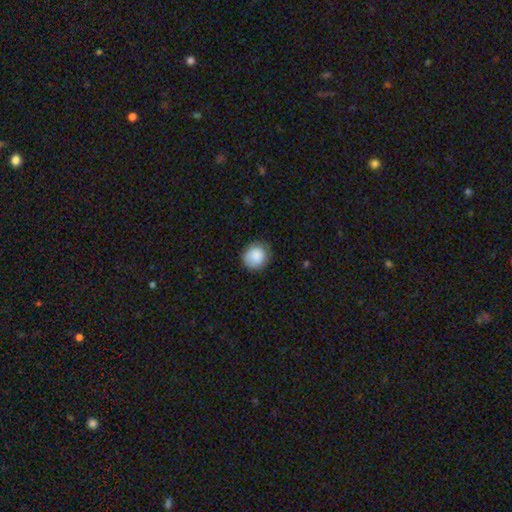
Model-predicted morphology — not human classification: Smooth or featured? Predicted: smooth (p=0.86). How rounded? Predicted: round (p=0.85). Merging? Predicted: none (p=0.78).